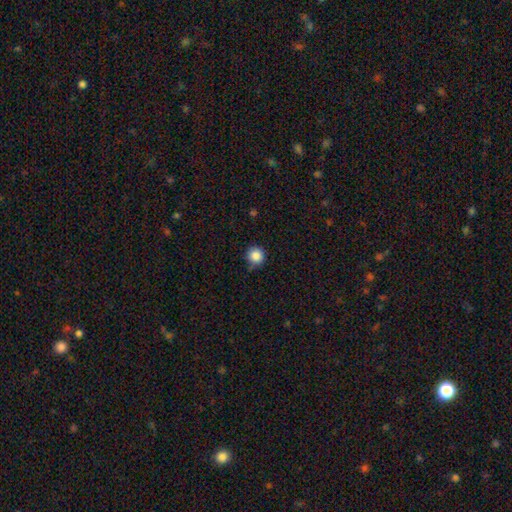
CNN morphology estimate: smooth_or_featured: smooth (p=0.86) [alt: star or artifact p=0.10]
how_rounded: round (p=0.95) [alt: in between p=0.04]
merging: none (p=0.82) [alt: minor disturbance p=0.13]